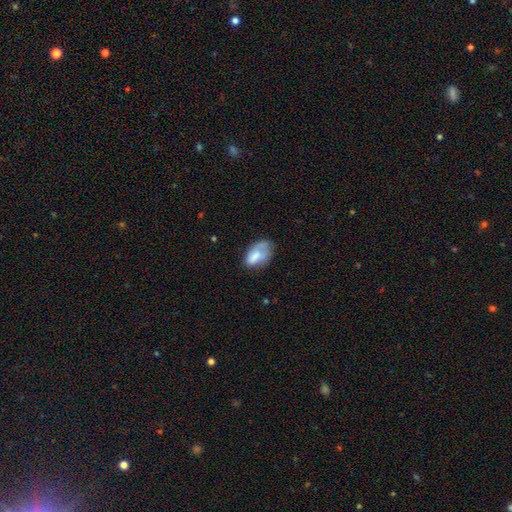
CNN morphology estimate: Smooth or featured? smooth (69%)
How rounded? in between (91%)
Merging? none (42%)